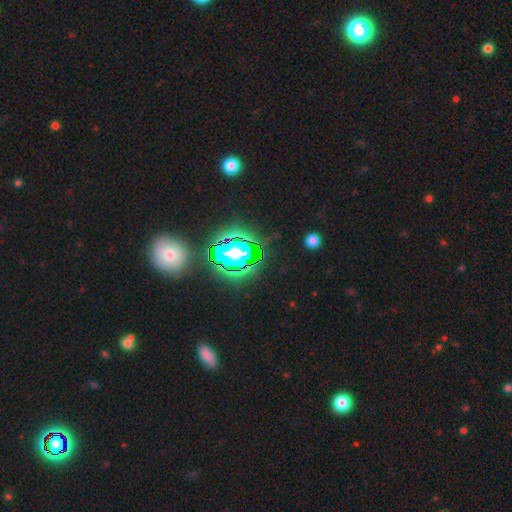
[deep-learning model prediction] This is likely a star or artifact rather than a galaxy (63%).